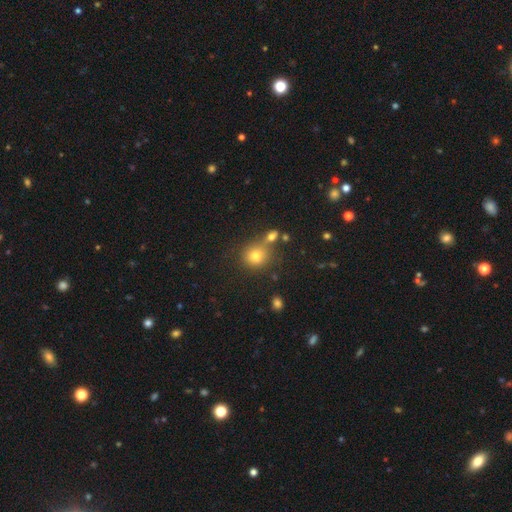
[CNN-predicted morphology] type=smooth (75%); roundness=round (86%); merging=none (65%).